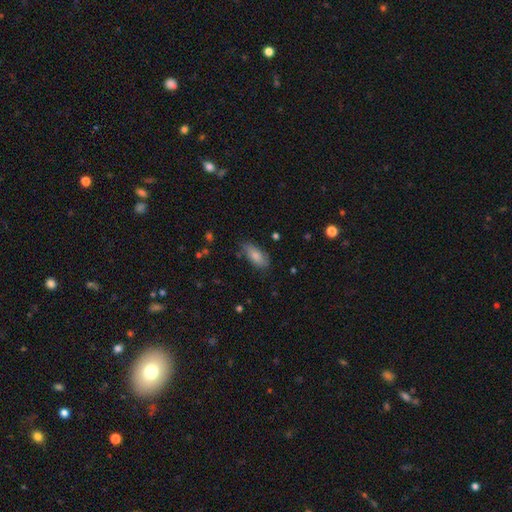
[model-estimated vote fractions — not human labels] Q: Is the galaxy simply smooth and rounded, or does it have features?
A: smooth — 81%.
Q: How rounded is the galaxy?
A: in between — 83%.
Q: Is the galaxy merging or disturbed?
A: none — 72%.